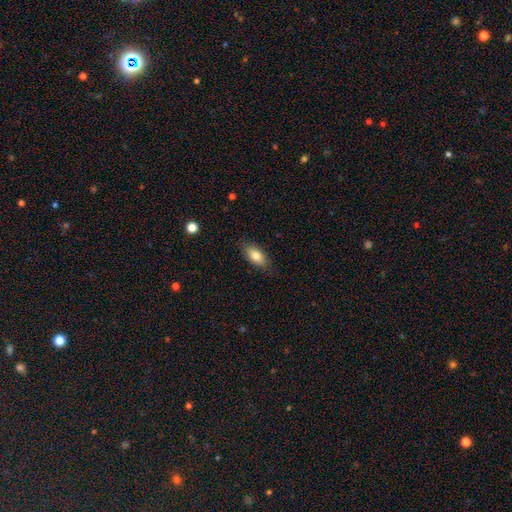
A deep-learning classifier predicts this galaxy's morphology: A smooth galaxy with no disk features (80%) that is in between round and cigar-shaped (88%).

Vote fractions:
- Smooth or featured? smooth: 80% / featured or disk: 13% / star or artifact: 7%
- How rounded? in between: 88% / cigar-shaped: 8% / round: 4%
- Merging? none: 81% / minor disturbance: 15% / major disturbance: 3% / merger: 1%